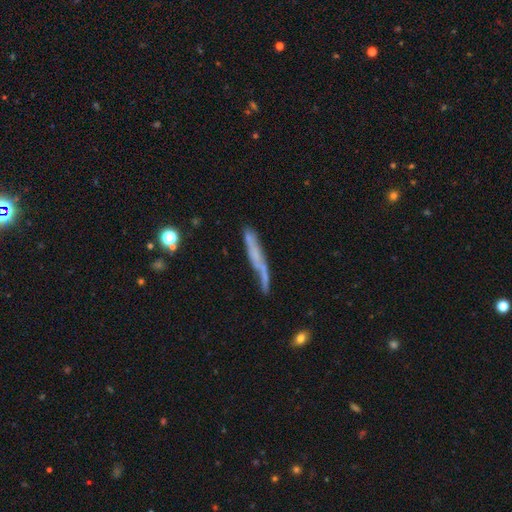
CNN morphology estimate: featured or disk 51%, smooth 39%, star or artifact 10%. Down the decision tree: edge-on disk — yes (75%); merging — none (52%).